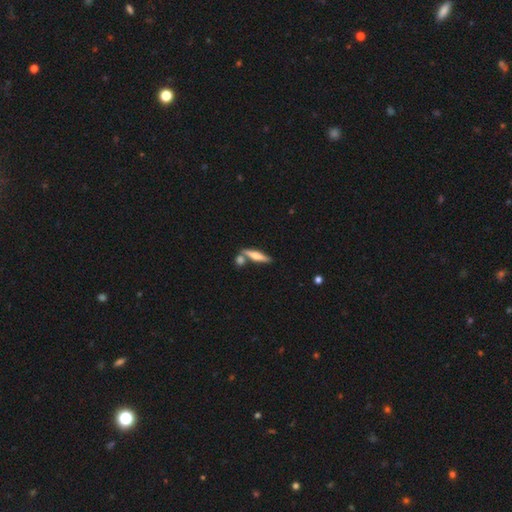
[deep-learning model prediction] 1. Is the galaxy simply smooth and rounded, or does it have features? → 48% featured or disk, 46% smooth, 7% star or artifact.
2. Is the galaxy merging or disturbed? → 69% none, 18% merger, 10% minor disturbance, 3% major disturbance.